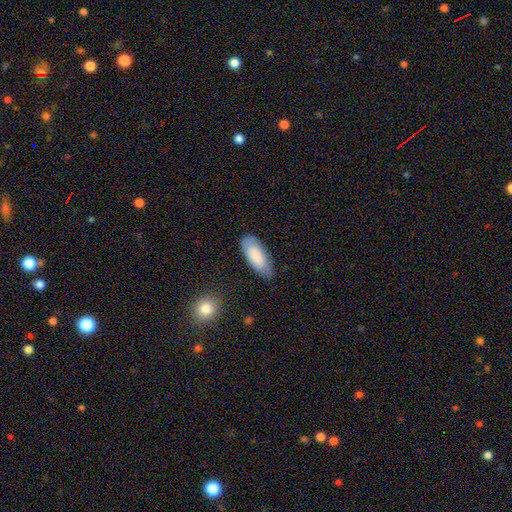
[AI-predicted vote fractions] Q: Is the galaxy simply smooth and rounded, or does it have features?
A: smooth — 78%.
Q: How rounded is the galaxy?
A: in between — 85%.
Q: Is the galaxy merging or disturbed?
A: none — 74%.